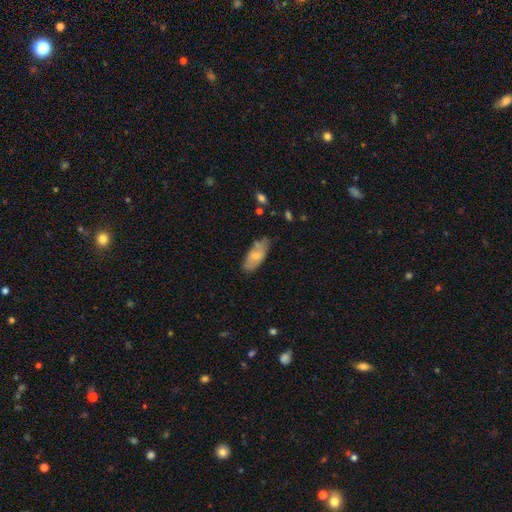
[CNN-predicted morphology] Q: Smooth or featured?
A: smooth (70%); runner-up: featured or disk (24%)
Q: How rounded?
A: in between (86%); runner-up: cigar-shaped (12%)
Q: Merging?
A: none (63%); runner-up: minor disturbance (26%)